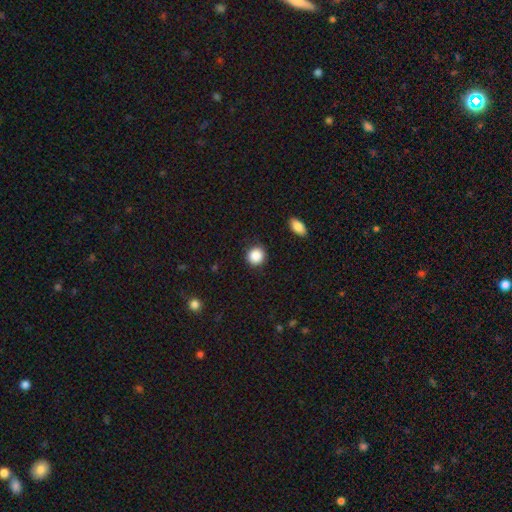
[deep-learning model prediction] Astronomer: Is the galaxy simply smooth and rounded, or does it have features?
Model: smooth — 89%.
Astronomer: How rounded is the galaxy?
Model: round — 90%.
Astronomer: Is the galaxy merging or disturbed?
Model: none — 90%.